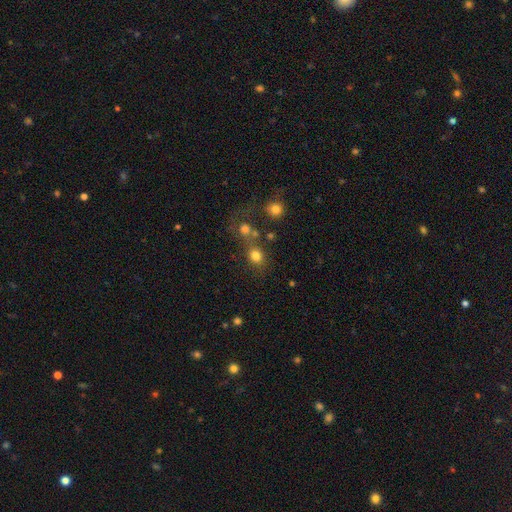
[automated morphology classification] Overall: smooth (77%). How rounded: round (74%). Merging: none (57%; merger 25%).